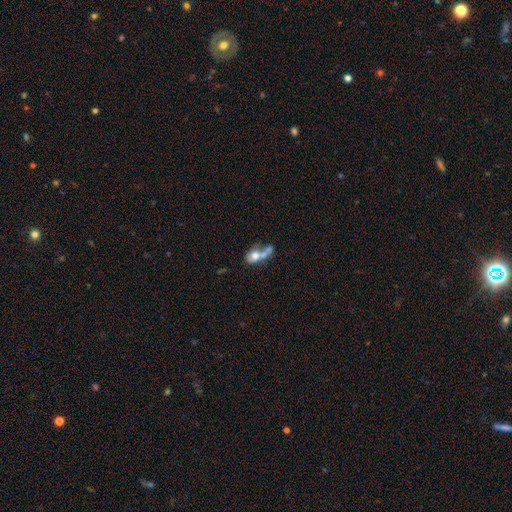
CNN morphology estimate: Smooth or featured? smooth (64%)
How rounded? in between (66%)
Merging? merger (59%)